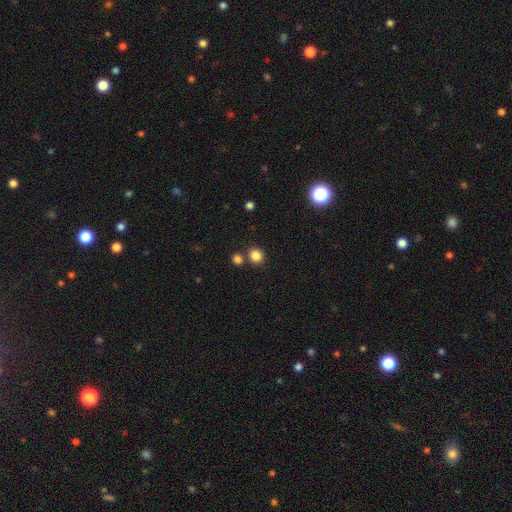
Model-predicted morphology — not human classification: This is clearly a smooth galaxy (85%). How rounded: clearly round (86%). Merging: likely none (77%).